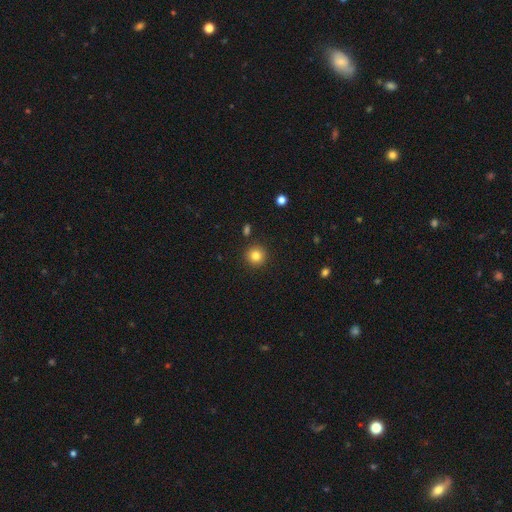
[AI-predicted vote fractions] Smooth or featured? Predicted: smooth (p=0.83). How rounded? Predicted: round (p=0.95). Merging? Predicted: none (p=0.90).